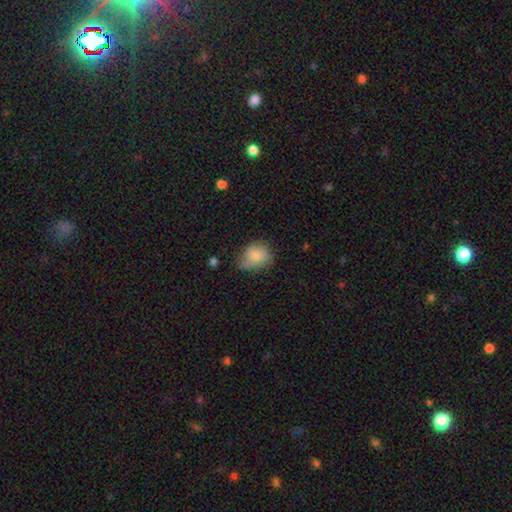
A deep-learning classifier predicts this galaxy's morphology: Smooth or featured? smooth (74%)
How rounded? in between (51%)
Merging? minor disturbance (41%)